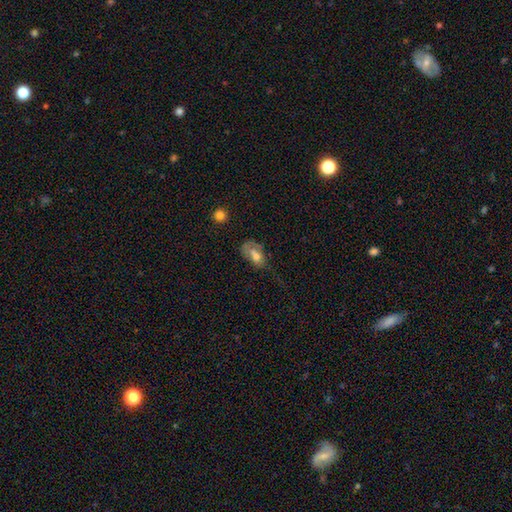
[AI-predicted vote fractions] Smooth or featured?
  - smooth: 57% *
  - featured or disk: 31%
  - star or artifact: 13%
How rounded?
  - in between: 85% *
  - round: 11%
  - cigar-shaped: 3%
Merging?
  - major disturbance: 31% *
  - none: 28%
  - minor disturbance: 24%
  - merger: 17%